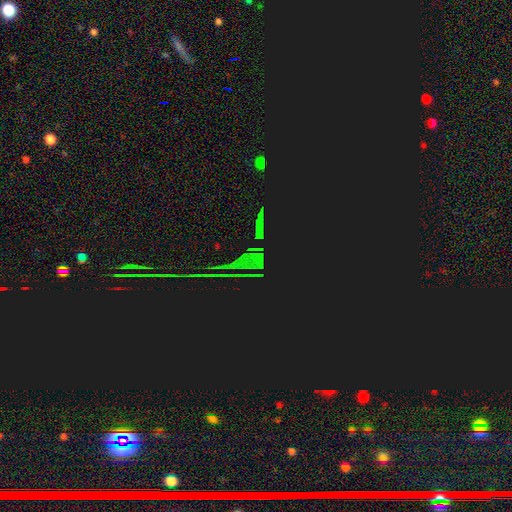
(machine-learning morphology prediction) Smooth or featured? Predicted: star or artifact (p=0.84).